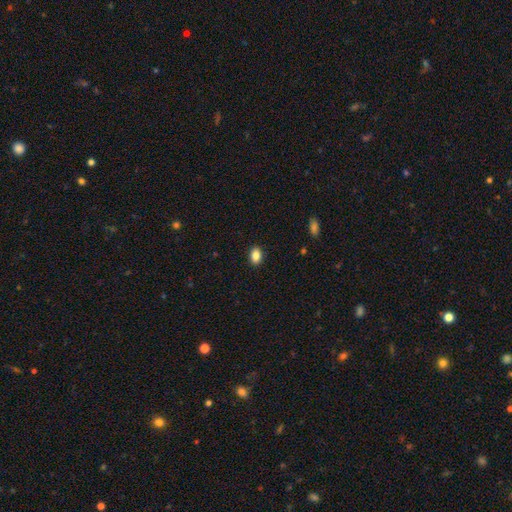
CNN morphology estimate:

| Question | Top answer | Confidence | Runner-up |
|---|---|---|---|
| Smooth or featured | smooth | 86% | star or artifact (9%) |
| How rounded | in between | 78% | round (20%) |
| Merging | none | 90% | minor disturbance (7%) |